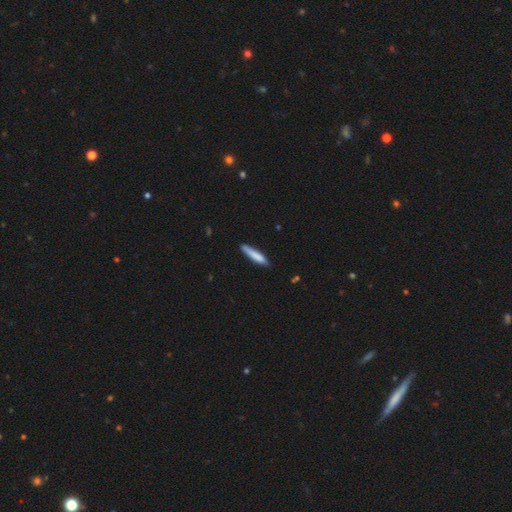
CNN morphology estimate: This is likely a smooth galaxy (80%). How rounded: clearly cigar-shaped (90%). Merging: likely none (80%).